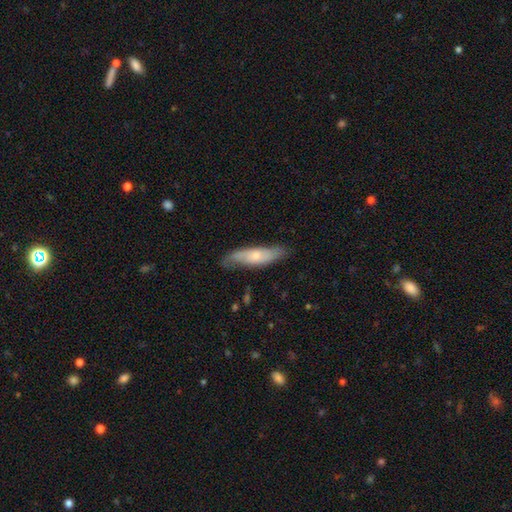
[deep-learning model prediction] Morphology: type=smooth (51%); roundness=cigar-shaped (60%); merging=none (74%).